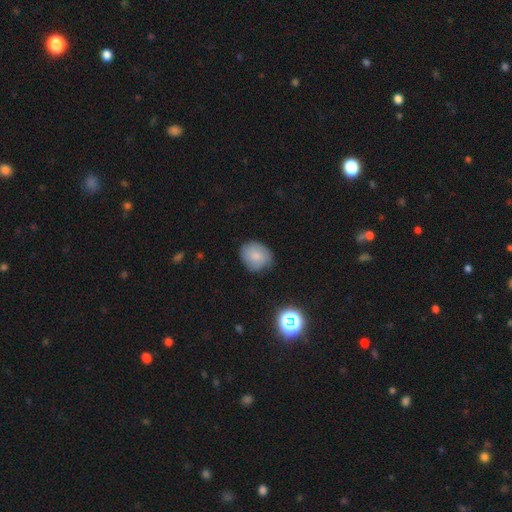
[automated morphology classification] Q: Smooth or featured?
A: smooth (78%); runner-up: featured or disk (13%)
Q: How rounded?
A: round (63%); runner-up: in between (36%)
Q: Merging?
A: none (76%); runner-up: minor disturbance (19%)